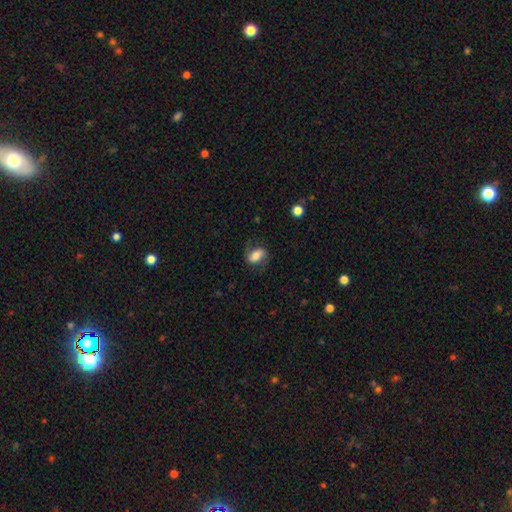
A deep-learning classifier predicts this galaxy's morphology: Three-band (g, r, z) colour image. It shows a smooth galaxy with no disk features (56%) that is in between round and cigar-shaped (83%). Merging: none (67%).